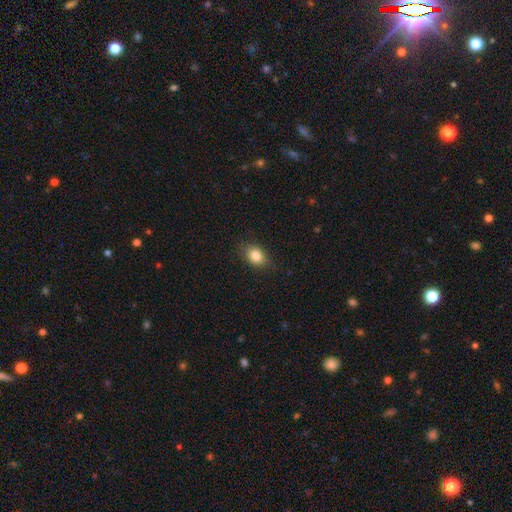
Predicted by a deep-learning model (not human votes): smooth-or-featured: smooth: 83% | star or artifact: 9% | featured or disk: 7%
  how-rounded: in between: 68% | round: 30% | cigar-shaped: 2%
  merging: none: 82% | minor disturbance: 14% | major disturbance: 3% | merger: 1%